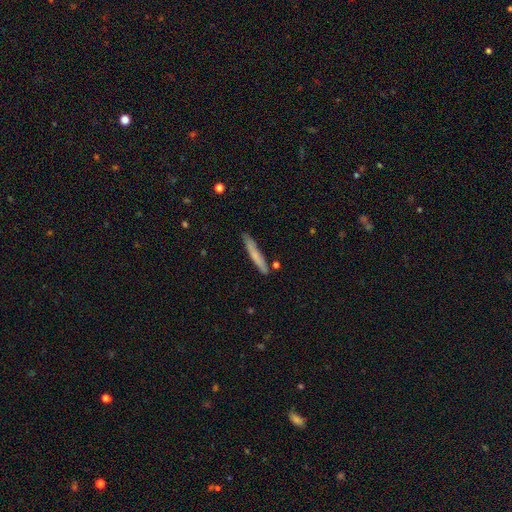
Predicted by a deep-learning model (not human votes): smooth_or_featured: smooth (p=0.68) [alt: featured or disk p=0.26]
how_rounded: cigar-shaped (p=0.95) [alt: in between p=0.04]
merging: none (p=0.84) [alt: minor disturbance p=0.11]